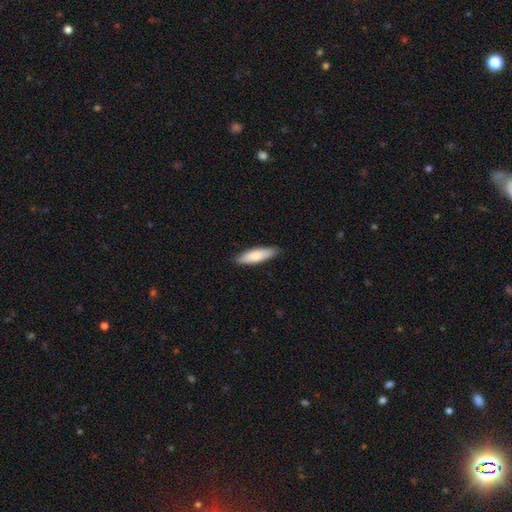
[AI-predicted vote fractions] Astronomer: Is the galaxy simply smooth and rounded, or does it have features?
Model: smooth — 79%.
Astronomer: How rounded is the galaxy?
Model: cigar-shaped — 62%.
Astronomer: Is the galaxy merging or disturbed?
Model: none — 89%.